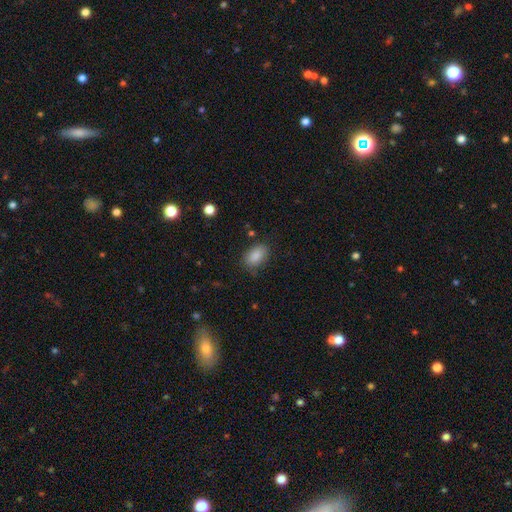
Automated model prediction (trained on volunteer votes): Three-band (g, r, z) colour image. It shows a smooth galaxy with no disk features (87%) that is in between round and cigar-shaped (89%). Merging: none (77%).